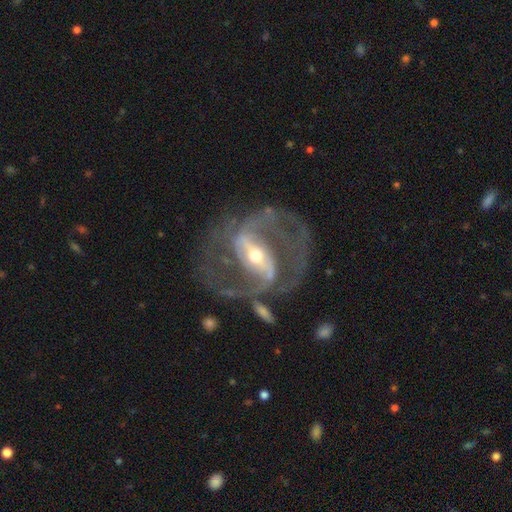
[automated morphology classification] Q: Smooth or featured?
A: featured or disk (91%); runner-up: star or artifact (5%)
Q: Edge-on disk?
A: no (96%); runner-up: yes (4%)
Q: Bar?
A: strong (67%); runner-up: weak (23%)
Q: Spiral arms?
A: yes (94%); runner-up: no (6%)
Q: Spiral winding?
A: medium (56%); runner-up: tight (22%)
Q: Spiral arm count?
A: 2 (85%); runner-up: can't tell (5%)
Q: Bulge size?
A: moderate (49%); runner-up: small (45%)
Q: Merging?
A: none (65%); runner-up: major disturbance (16%)